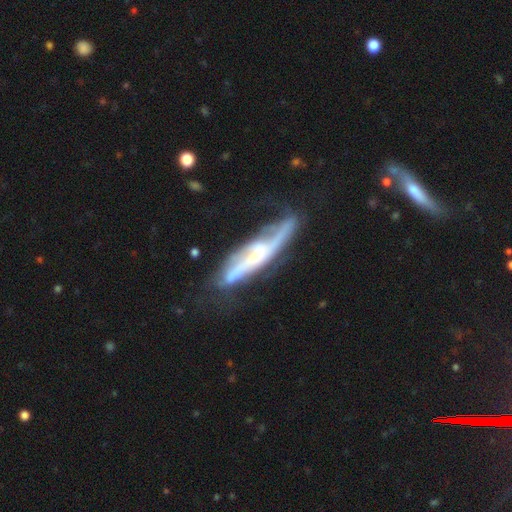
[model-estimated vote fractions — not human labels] featured or disk 74%, smooth 20%, star or artifact 6%. Down the decision tree: edge-on disk — yes (55%); merging — none (45%).